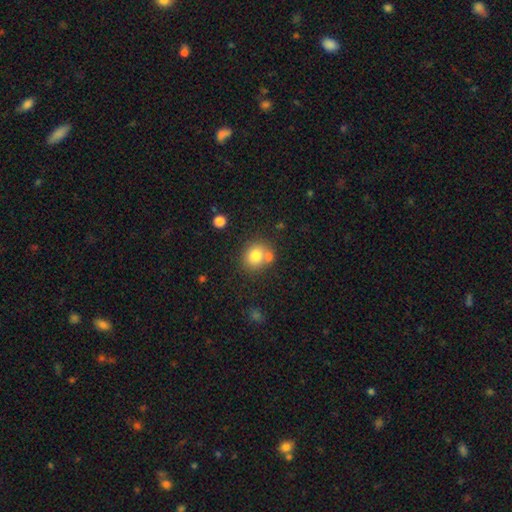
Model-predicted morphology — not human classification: Smooth or featured? smooth (78%)
How rounded? round (78%)
Merging? none (59%)